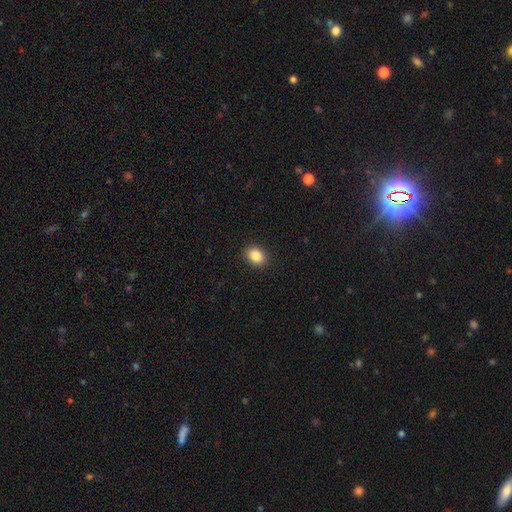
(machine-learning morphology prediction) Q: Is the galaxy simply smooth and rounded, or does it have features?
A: smooth — 86%.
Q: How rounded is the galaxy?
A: in between — 54%.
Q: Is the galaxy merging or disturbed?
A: none — 90%.